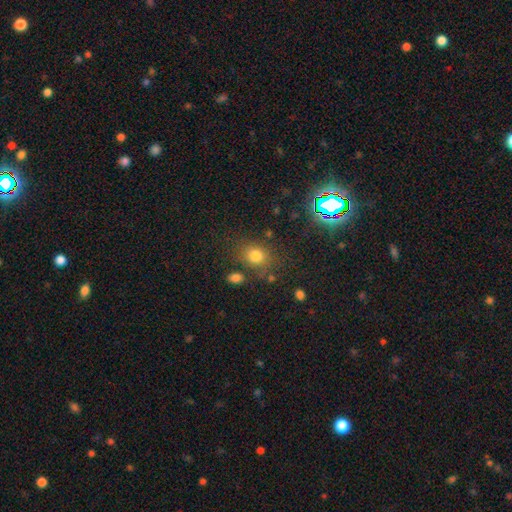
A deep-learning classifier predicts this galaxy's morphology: Smooth or featured? Predicted: smooth (p=0.75). How rounded? Predicted: round (p=0.56). Merging? Predicted: none (p=0.72).